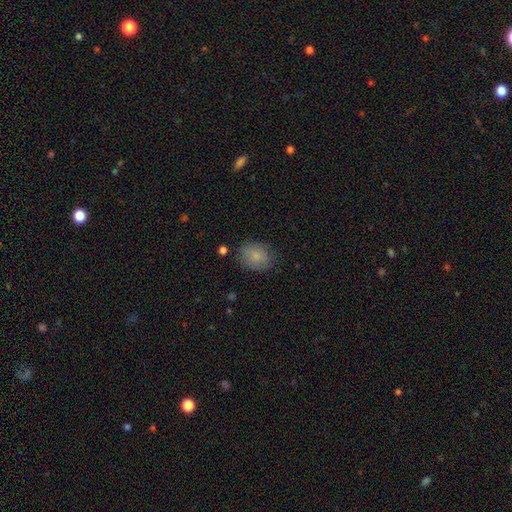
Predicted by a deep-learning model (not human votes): A smooth galaxy with no disk features (85%) that is in between round and cigar-shaped (62%). Merging: none (80%).